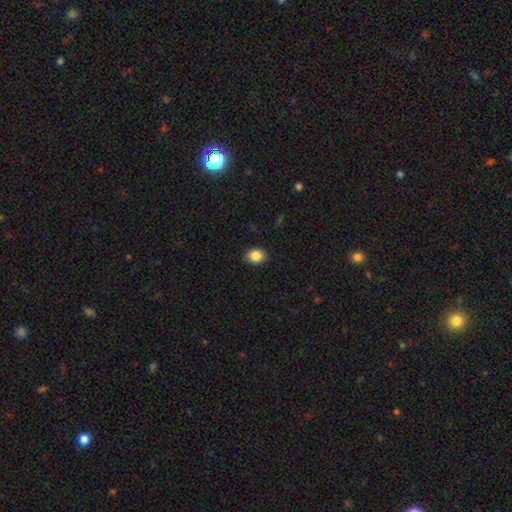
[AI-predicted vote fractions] smooth-or-featured: smooth: 87% | star or artifact: 9% | featured or disk: 5%
  how-rounded: in between: 59% | round: 40% | cigar-shaped: 1%
  merging: none: 89% | minor disturbance: 8% | major disturbance: 2% | merger: 1%